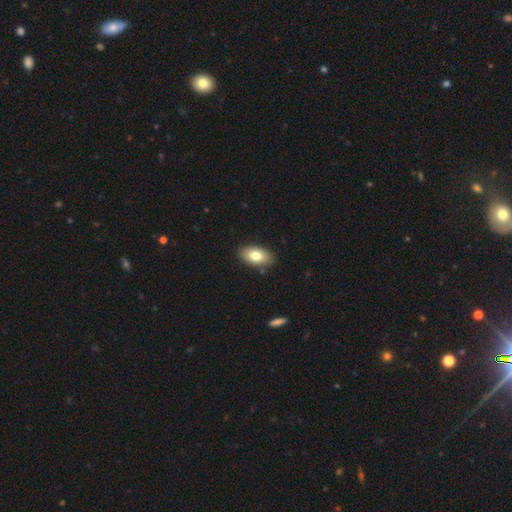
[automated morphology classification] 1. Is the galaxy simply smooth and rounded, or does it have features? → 78% smooth, 15% featured or disk, 7% star or artifact.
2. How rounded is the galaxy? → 92% in between, 6% round, 2% cigar-shaped.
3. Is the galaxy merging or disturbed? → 86% none, 10% minor disturbance, 2% major disturbance, 2% merger.